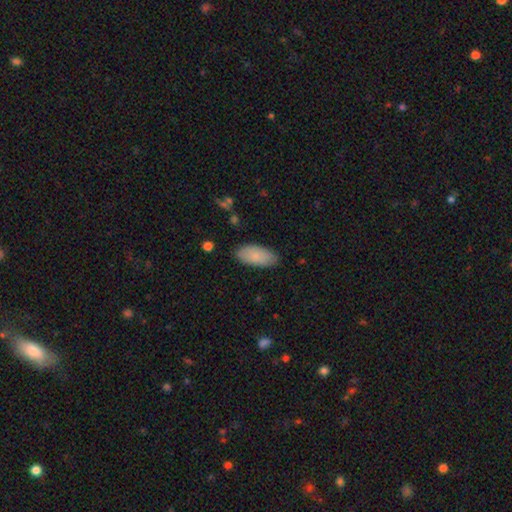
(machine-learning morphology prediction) Smooth or featured? Predicted: smooth (p=0.85). How rounded? Predicted: in between (p=0.90). Merging? Predicted: none (p=0.85).